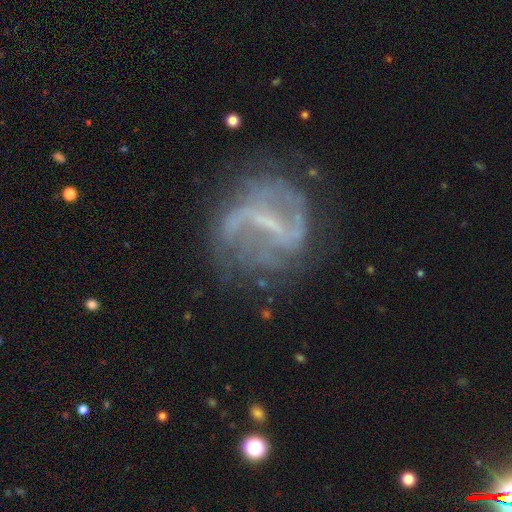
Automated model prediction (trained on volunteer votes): Overall: featured or disk (79%). Edge-on disk: no (97%). Bar: strong (54%; weak 34%). Spiral arms: yes (72%). Spiral arm count: 2 (55%; can't tell 24%). Spiral winding: loose (47%; medium 35%). Bulge size: small (45%; none 39%). Merging: none (55%; major disturbance 23%).